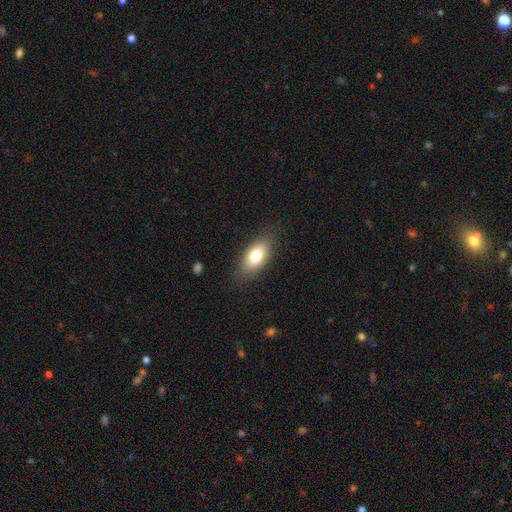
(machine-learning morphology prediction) smooth-or-featured: smooth: 77% | featured or disk: 16% | star or artifact: 8%
  how-rounded: in between: 87% | cigar-shaped: 8% | round: 5%
  merging: none: 82% | minor disturbance: 13% | major disturbance: 4% | merger: 1%